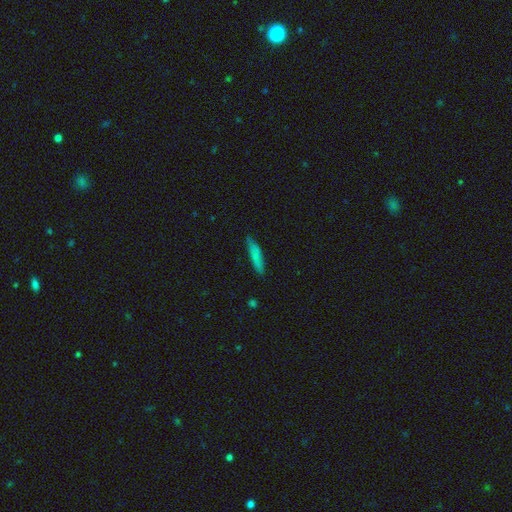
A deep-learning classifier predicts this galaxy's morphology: This is likely a smooth galaxy (79%). How rounded: clearly cigar-shaped (82%). Merging: clearly none (82%).